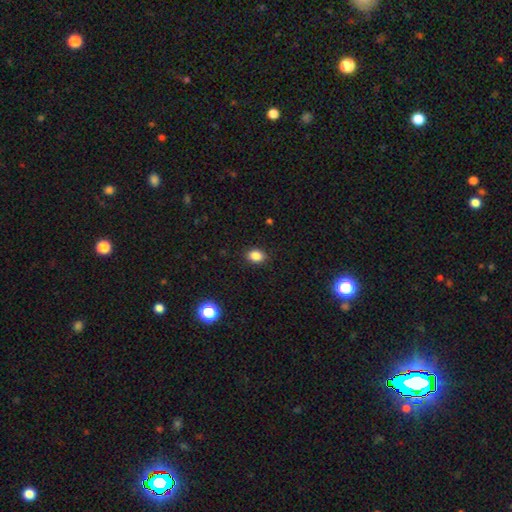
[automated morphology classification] Smooth or featured? Predicted: smooth (p=0.85). How rounded? Predicted: in between (p=0.65). Merging? Predicted: none (p=0.88).